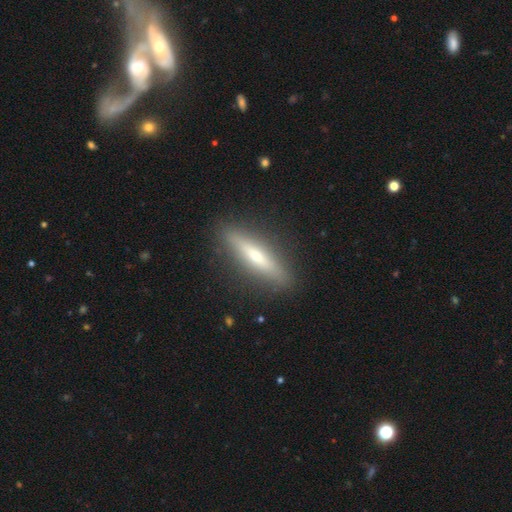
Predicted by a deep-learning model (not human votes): Smooth or featured: featured or disk — 48% (smooth — 45%)
Merging: none — 88% (minor disturbance — 8%)